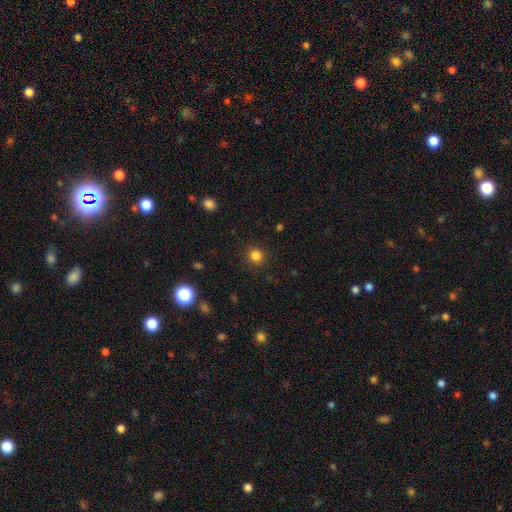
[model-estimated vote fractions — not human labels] This appears to be a smooth galaxy with no disk features (83%) that is round (85%). Merging: none (89%).